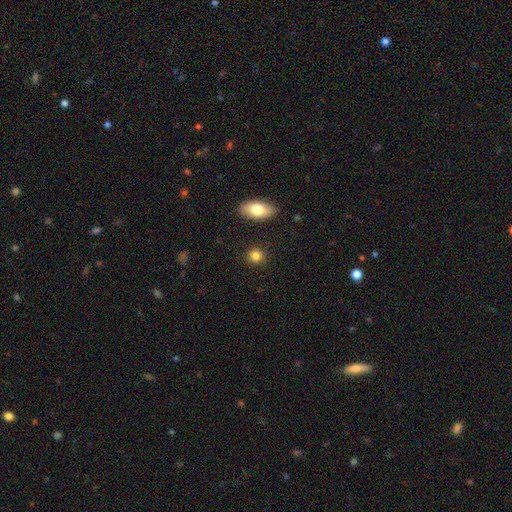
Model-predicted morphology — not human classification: smooth_or_featured: smooth (p=0.83) [alt: star or artifact p=0.10]
how_rounded: round (p=0.82) [alt: in between p=0.16]
merging: none (p=0.89) [alt: minor disturbance p=0.07]